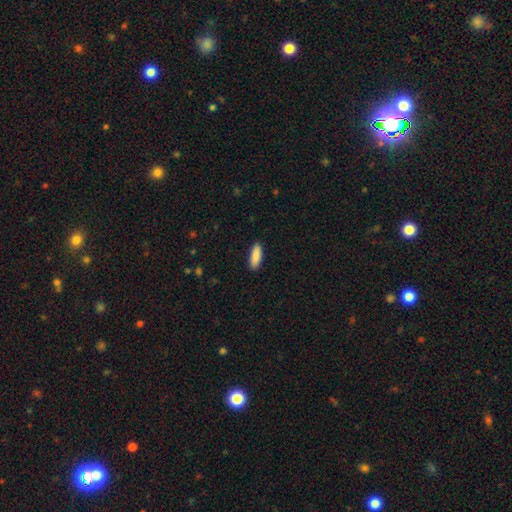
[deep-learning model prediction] Smooth or featured?
  - smooth: 90% *
  - star or artifact: 6%
  - featured or disk: 4%
How rounded?
  - in between: 60% *
  - cigar-shaped: 38%
  - round: 2%
Merging?
  - none: 90% *
  - minor disturbance: 8%
  - major disturbance: 2%
  - merger: 1%